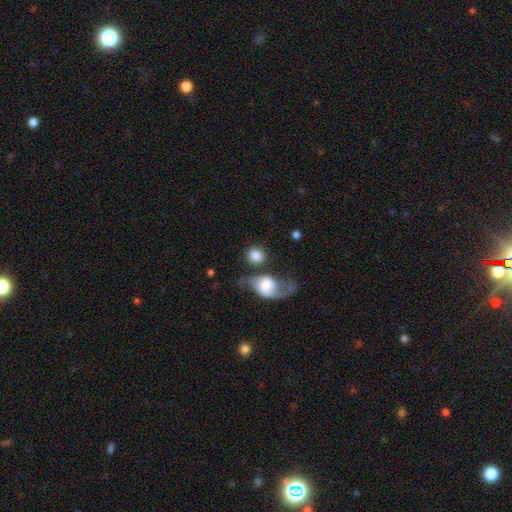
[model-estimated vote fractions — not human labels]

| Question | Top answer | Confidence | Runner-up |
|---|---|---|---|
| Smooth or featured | smooth | 77% | featured or disk (16%) |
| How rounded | round | 85% | in between (14%) |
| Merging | none | 57% | merger (22%) |